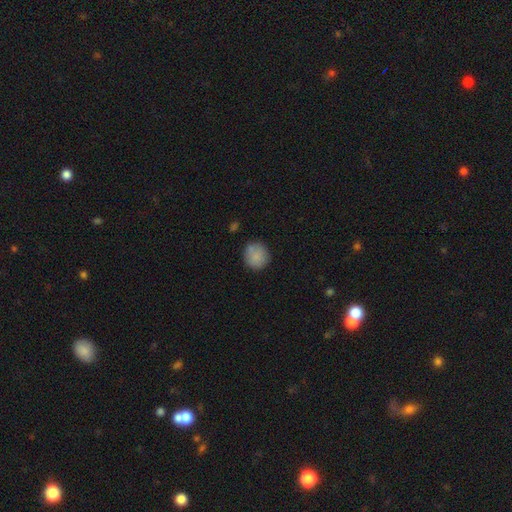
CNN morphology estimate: The model was most divided on "merging": none: 75%, minor disturbance: 15%, merger: 5%, major disturbance: 4%. More confident: how rounded — round (89%); smooth or featured — smooth (83%).